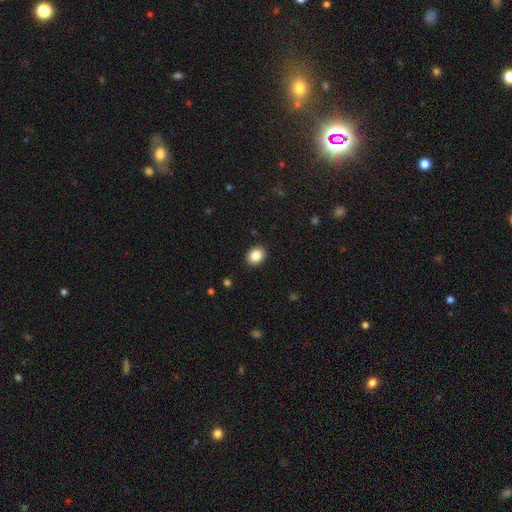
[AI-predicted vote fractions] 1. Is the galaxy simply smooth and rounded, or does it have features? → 86% smooth, 8% star or artifact, 5% featured or disk.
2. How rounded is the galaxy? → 55% in between, 44% round, 1% cigar-shaped.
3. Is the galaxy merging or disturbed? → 91% none, 7% minor disturbance, 2% major disturbance, 1% merger.